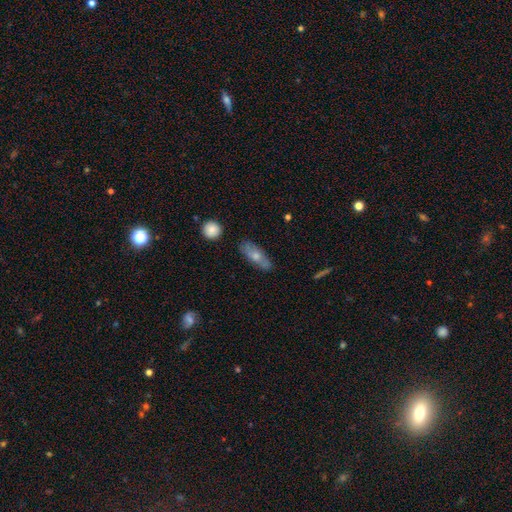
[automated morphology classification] smooth 62%, featured or disk 32%, star or artifact 6%. Down the decision tree: how rounded — in between (63%); merging — none (75%).